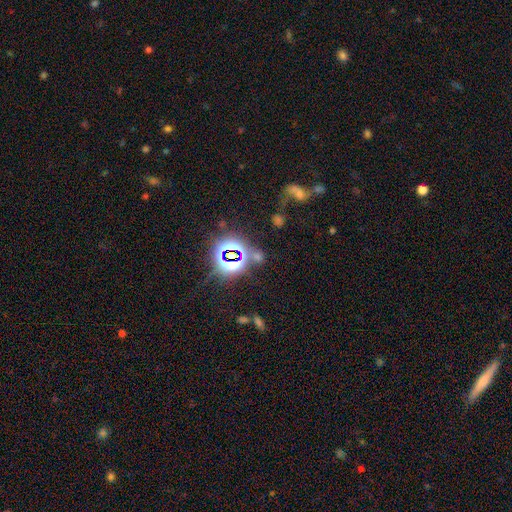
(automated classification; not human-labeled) Smooth or featured? Predicted: star or artifact (p=0.69).